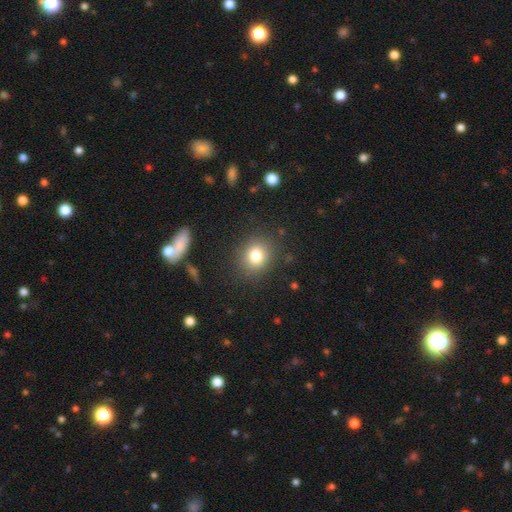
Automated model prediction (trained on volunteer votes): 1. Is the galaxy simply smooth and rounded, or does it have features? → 80% smooth, 12% star or artifact, 8% featured or disk.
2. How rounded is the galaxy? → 71% round, 28% in between, 1% cigar-shaped.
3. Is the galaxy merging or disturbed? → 85% none, 9% minor disturbance, 4% major disturbance, 2% merger.